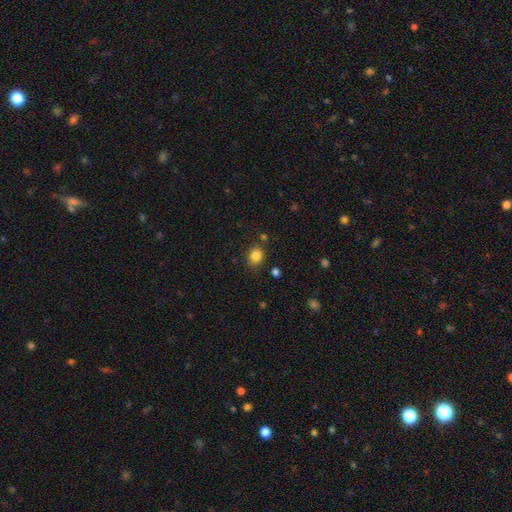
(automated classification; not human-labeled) smooth 84%, star or artifact 11%, featured or disk 5%. Down the decision tree: how rounded — round (63%); merging — none (82%).